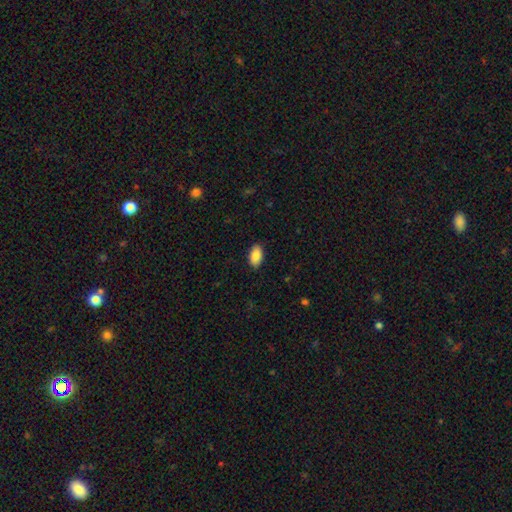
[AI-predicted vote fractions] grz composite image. It shows a smooth galaxy with no disk features (89%) that is in between round and cigar-shaped (94%). Merging: none (88%).